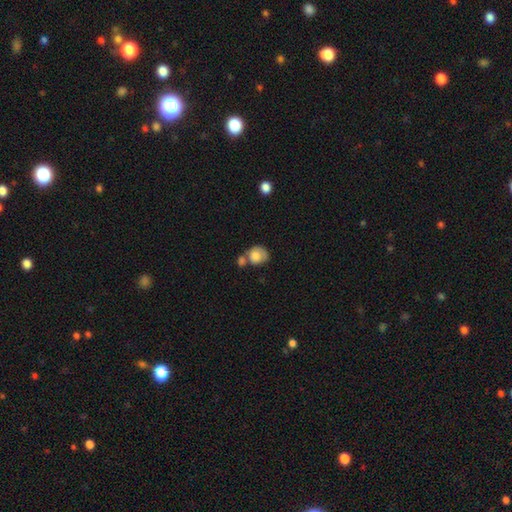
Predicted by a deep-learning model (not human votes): smooth_or_featured: smooth (p=0.80) [alt: featured or disk p=0.12]
how_rounded: round (p=0.75) [alt: in between p=0.24]
merging: merger (p=0.40) [alt: none p=0.36]